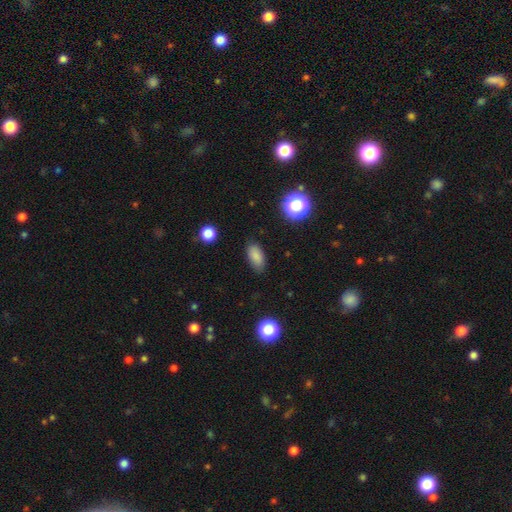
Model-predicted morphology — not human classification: type=smooth (84%); roundness=in between (90%); merging=none (81%).